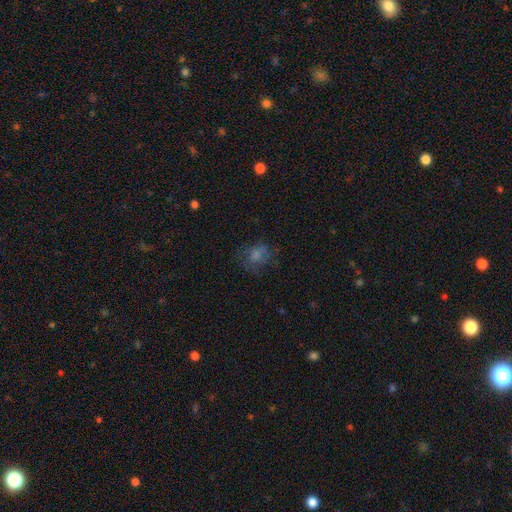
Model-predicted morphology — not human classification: smooth_or_featured: smooth (p=0.56) [alt: featured or disk p=0.23]
how_rounded: round (p=0.64) [alt: in between p=0.35]
merging: none (p=0.65) [alt: minor disturbance p=0.19]